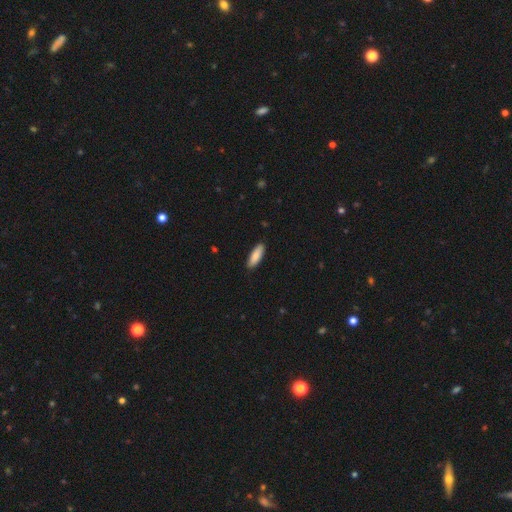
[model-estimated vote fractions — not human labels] Overall: smooth (87%). How rounded: in between (59%; cigar-shaped 40%). Merging: none (89%).